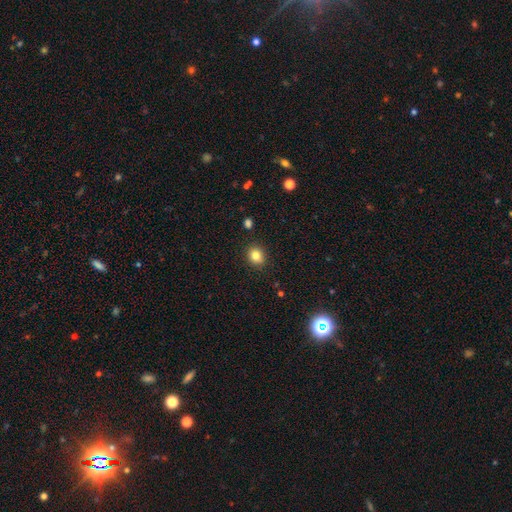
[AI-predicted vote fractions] smooth 83%, star or artifact 11%, featured or disk 6%. Down the decision tree: how rounded — round (73%); merging — none (89%).